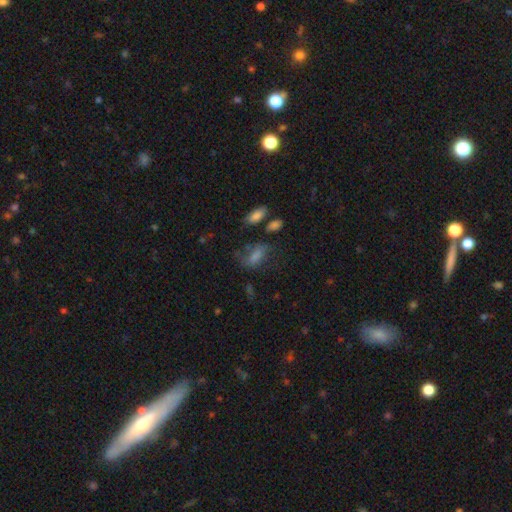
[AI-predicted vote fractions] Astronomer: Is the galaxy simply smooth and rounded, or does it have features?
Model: smooth — 66%.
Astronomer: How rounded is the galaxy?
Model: in between — 81%.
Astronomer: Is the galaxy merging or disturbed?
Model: none — 42% (runner-up: major disturbance, 26%).